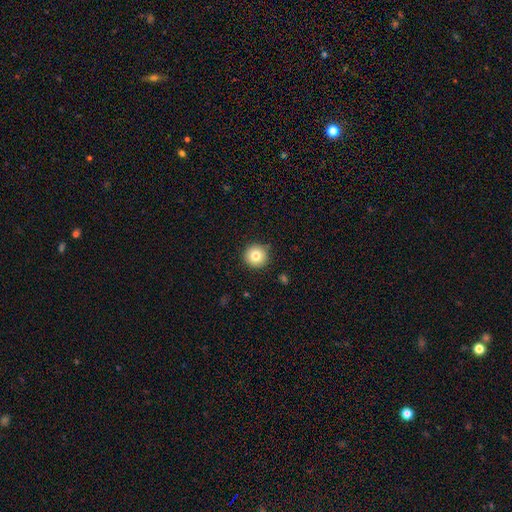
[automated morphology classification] smooth-or-featured: smooth: 81% | star or artifact: 10% | featured or disk: 9%
  how-rounded: round: 96% | in between: 3% | cigar-shaped: 1%
  merging: none: 91% | minor disturbance: 6% | major disturbance: 2% | merger: 1%